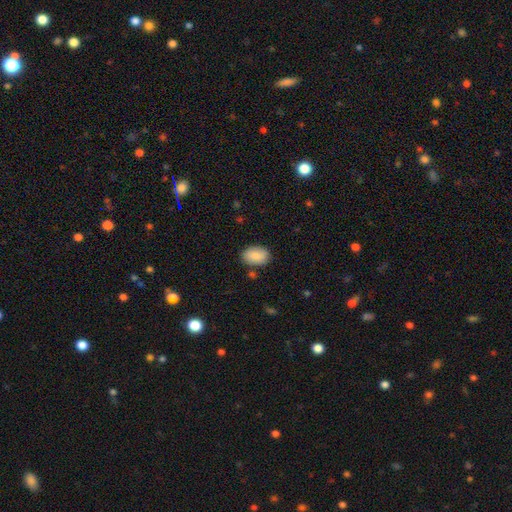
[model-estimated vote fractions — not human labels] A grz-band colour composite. It shows a smooth galaxy with no disk features (86%) that is in between round and cigar-shaped (87%). Merging: none (81%).